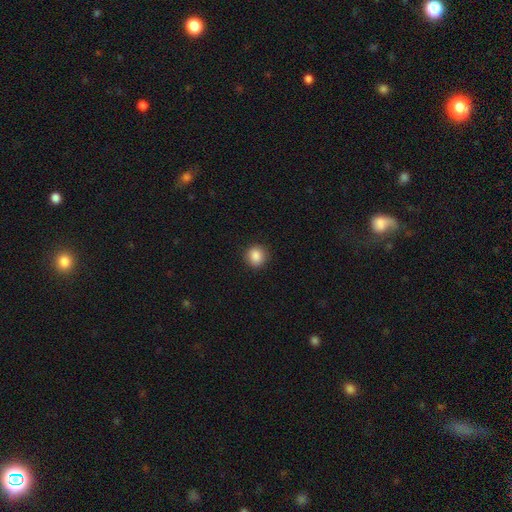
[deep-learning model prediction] Overall: smooth (87%). How rounded: round (85%). Merging: none (90%).